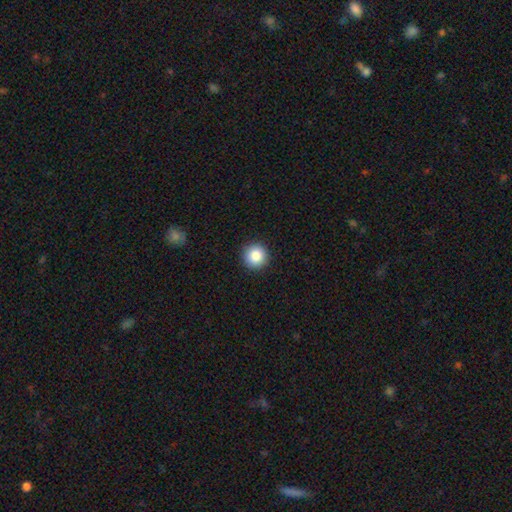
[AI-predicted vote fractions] The model was most divided on "smooth or featured": smooth: 86%, star or artifact: 9%, featured or disk: 5%. More confident: how rounded — round (96%); merging — none (93%).